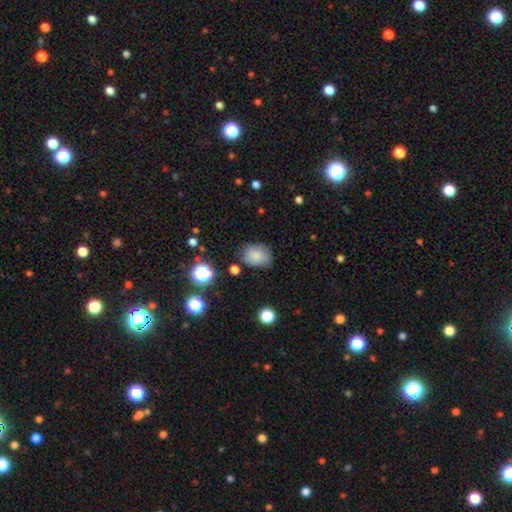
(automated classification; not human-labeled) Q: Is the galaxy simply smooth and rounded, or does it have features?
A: smooth — 77%.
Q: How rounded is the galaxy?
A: in between — 60%.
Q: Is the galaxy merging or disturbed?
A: none — 63%.